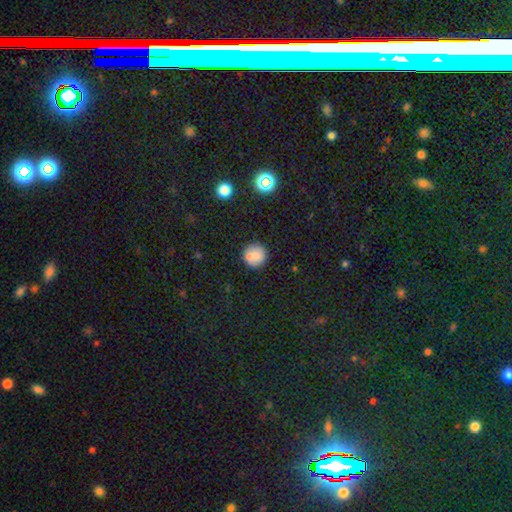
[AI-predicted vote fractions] smooth_or_featured: smooth (p=0.79) [alt: star or artifact p=0.12]
how_rounded: round (p=0.94) [alt: in between p=0.05]
merging: none (p=0.80) [alt: minor disturbance p=0.10]